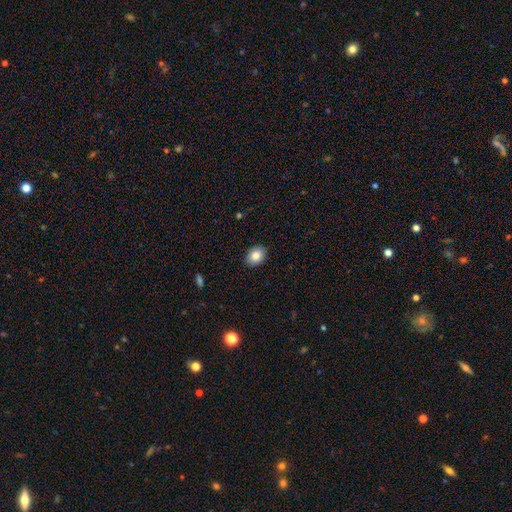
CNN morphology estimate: smooth 84%, star or artifact 8%, featured or disk 7%. Down the decision tree: how rounded — in between (64%); merging — none (89%).